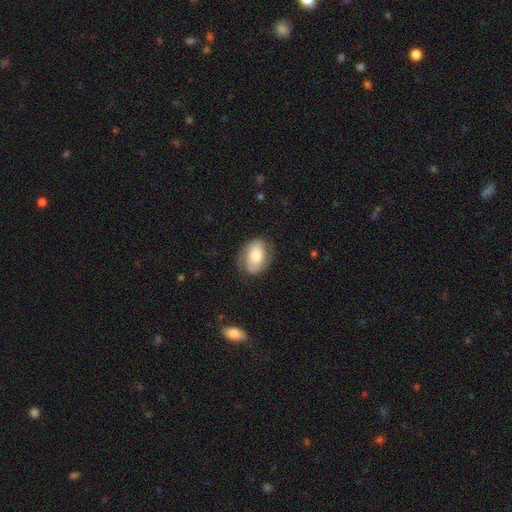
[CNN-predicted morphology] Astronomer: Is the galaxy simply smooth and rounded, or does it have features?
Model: smooth — 50% (runner-up: featured or disk, 43%).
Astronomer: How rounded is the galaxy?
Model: in between — 81%.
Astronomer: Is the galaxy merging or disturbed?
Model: none — 68%.